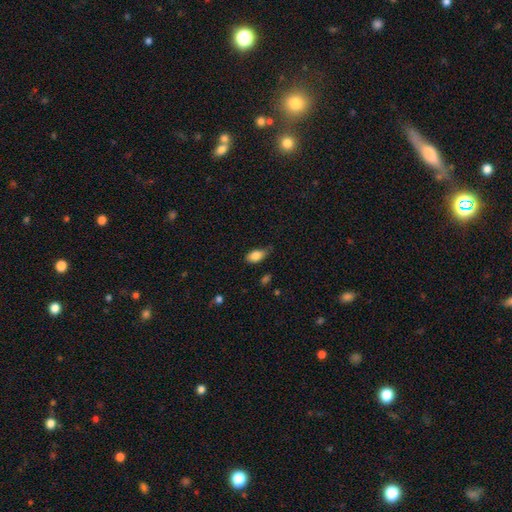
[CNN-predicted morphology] Smooth or featured?
  - smooth: 83% *
  - featured or disk: 9%
  - star or artifact: 8%
How rounded?
  - in between: 89% *
  - round: 5%
  - cigar-shaped: 5%
Merging?
  - none: 63% *
  - minor disturbance: 30%
  - major disturbance: 5%
  - merger: 2%